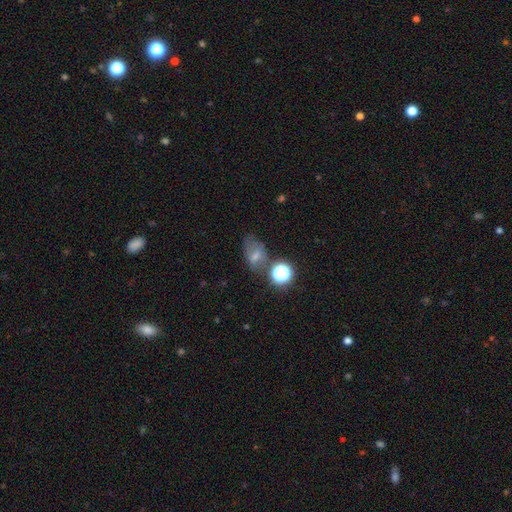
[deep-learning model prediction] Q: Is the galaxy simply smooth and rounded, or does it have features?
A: smooth — 59%.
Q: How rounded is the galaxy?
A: in between — 71%.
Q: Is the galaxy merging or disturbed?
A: none — 46%.